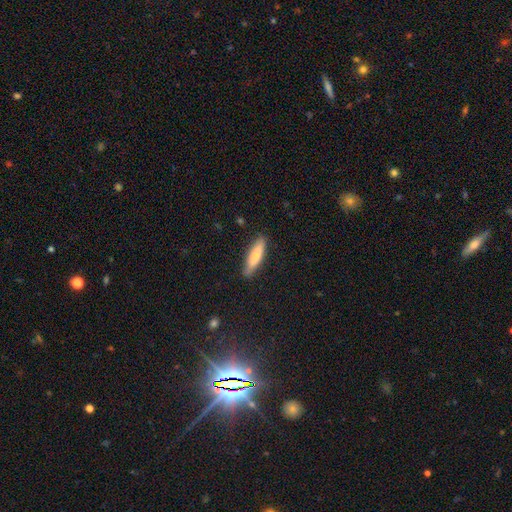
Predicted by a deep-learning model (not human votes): This appears to be a smooth galaxy with no disk features (72%) that is cigar-shaped (76%). Merging: none (86%).